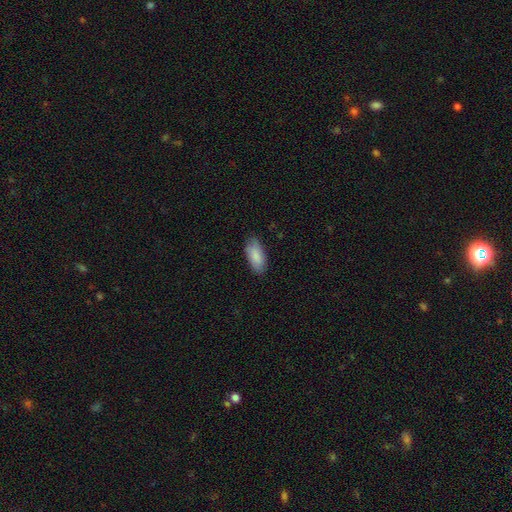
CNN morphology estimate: smooth_or_featured: smooth (p=0.87) [alt: featured or disk p=0.08]
how_rounded: in between (p=0.88) [alt: cigar-shaped p=0.10]
merging: none (p=0.82) [alt: minor disturbance p=0.14]